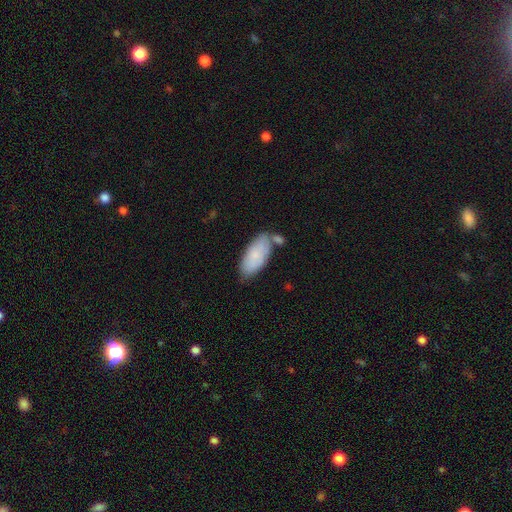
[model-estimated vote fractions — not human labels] Smooth or featured? Predicted: smooth (p=0.80). How rounded? Predicted: in between (p=0.89). Merging? Predicted: none (p=0.57).